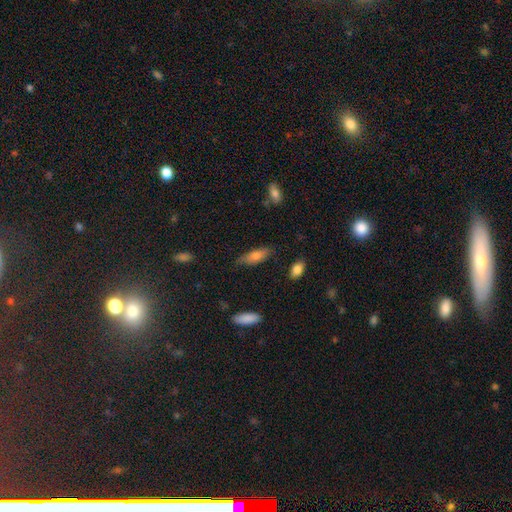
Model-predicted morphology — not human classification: type=smooth (74%); roundness=in between (63%); merging=none (71%).